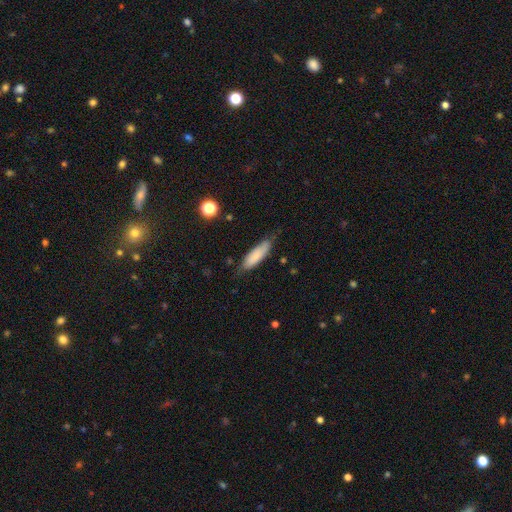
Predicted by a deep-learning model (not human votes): This is likely a smooth galaxy (77%). How rounded: possibly cigar-shaped (50%). Merging: likely none (70%).